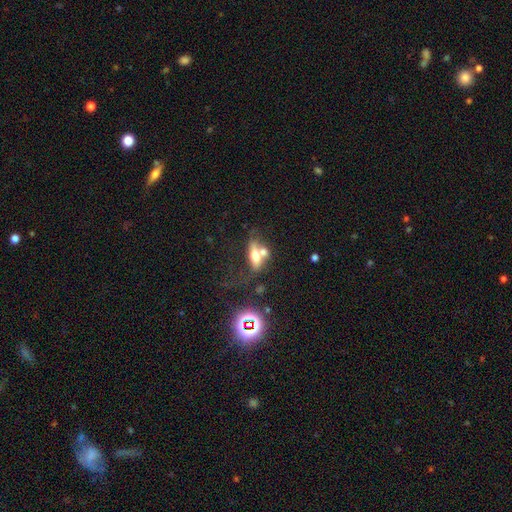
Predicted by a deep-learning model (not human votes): smooth 54%, featured or disk 33%, star or artifact 13%. Down the decision tree: how rounded — in between (65%); merging — merger (47%).